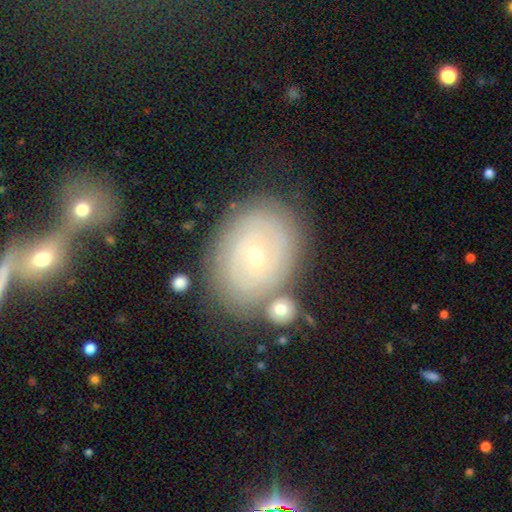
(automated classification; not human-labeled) A featured or disk galaxy (69%) with no bar (76%), tight (82%) spiral arms (77%) and a small central bulge (67%).

Vote fractions:
- Smooth or featured? featured or disk: 69% / smooth: 23% / star or artifact: 9%
- Edge-on disk? no: 96% / yes: 4%
- Bar? no: 76% / weak: 19% / strong: 5%
- Spiral arms? yes: 77% / no: 23%
- Spiral winding? tight: 82% / medium: 13% / loose: 4%
- Spiral arm count? can't tell: 53% / 2: 22% / 3: 9% / 4: 7% / more than 4: 5% / 1: 4%
- Bulge size? small: 67% / moderate: 30% / large: 1% / none: 1% / dominant: 1%
- Merging? none: 75% / minor disturbance: 14% / merger: 6% / major disturbance: 5%